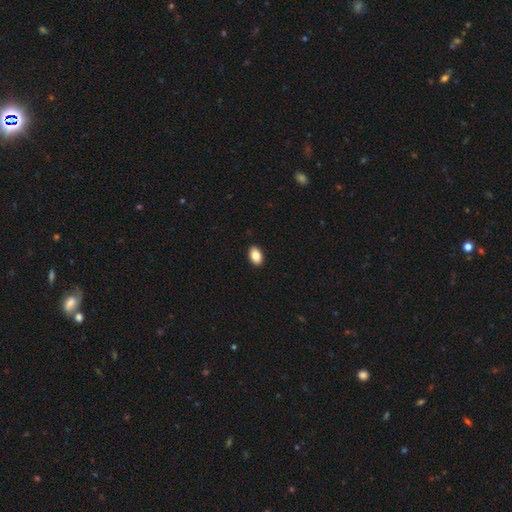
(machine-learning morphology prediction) Smooth or featured? Predicted: smooth (p=0.86). How rounded? Predicted: in between (p=0.89). Merging? Predicted: none (p=0.91).